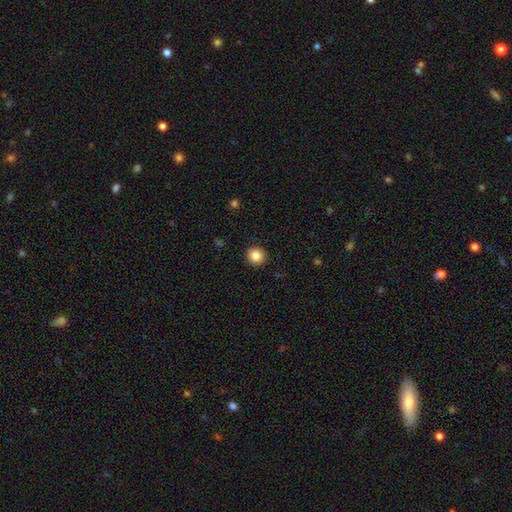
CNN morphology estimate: A smooth galaxy with no disk features (86%) that is round (94%).

Vote fractions:
- Smooth or featured? smooth: 86% / star or artifact: 10% / featured or disk: 4%
- How rounded? round: 94% / in between: 5% / cigar-shaped: 1%
- Merging? none: 92% / minor disturbance: 5% / major disturbance: 2% / merger: 1%